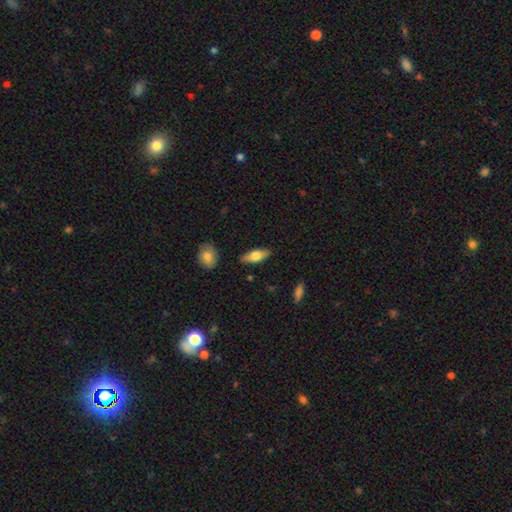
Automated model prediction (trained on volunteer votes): Smooth or featured? Predicted: smooth (p=0.63). How rounded? Predicted: in between (p=0.70). Merging? Predicted: none (p=0.86).